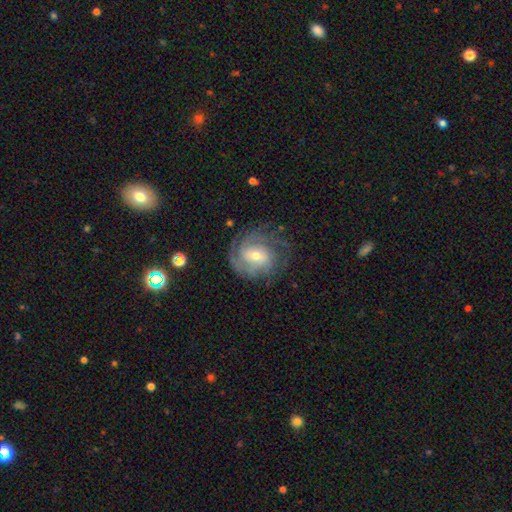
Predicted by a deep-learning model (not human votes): Overall: featured or disk (81%). Edge-on disk: no (97%). Bar: no (48%; weak 41%). Spiral arms: yes (93%). Spiral arm count: can't tell (32%; 3 24%). Spiral winding: tight (61%; medium 30%). Bulge size: moderate (48%; small 47%). Merging: none (70%).